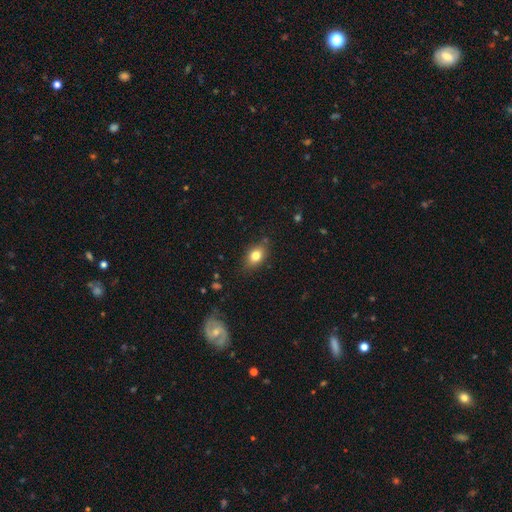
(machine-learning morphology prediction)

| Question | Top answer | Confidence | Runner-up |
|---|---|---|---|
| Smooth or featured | smooth | 79% | featured or disk (12%) |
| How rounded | in between | 79% | round (18%) |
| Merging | none | 80% | minor disturbance (15%) |